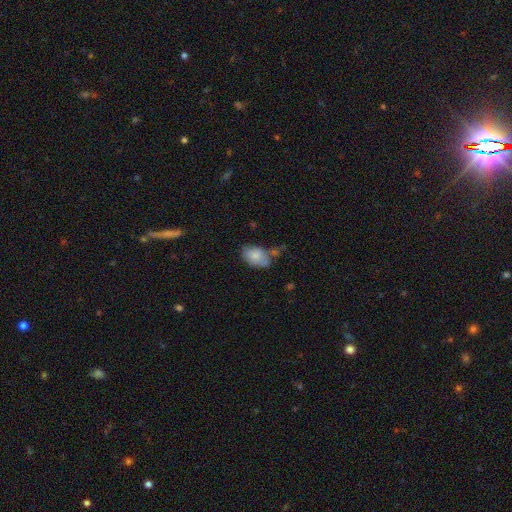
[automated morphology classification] smooth-or-featured: smooth: 81% | featured or disk: 11% | star or artifact: 7%
  how-rounded: in between: 86% | round: 13% | cigar-shaped: 1%
  merging: none: 46% | minor disturbance: 28% | merger: 16% | major disturbance: 11%